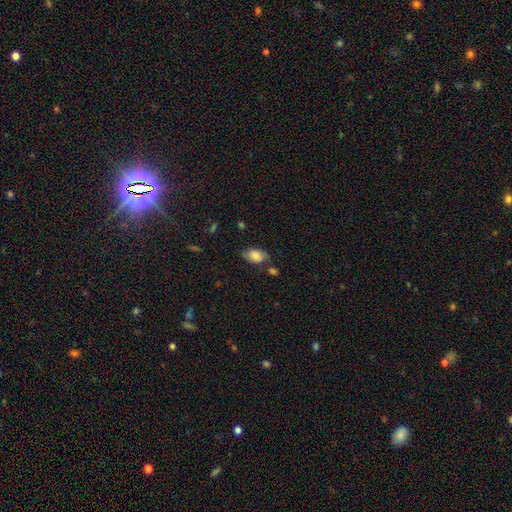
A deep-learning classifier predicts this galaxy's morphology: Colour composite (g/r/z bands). It shows a smooth galaxy with no disk features (79%) that is in between round and cigar-shaped (91%). Merging: none (65%).